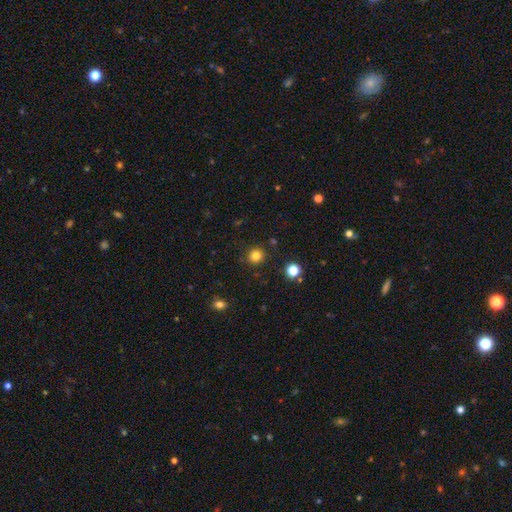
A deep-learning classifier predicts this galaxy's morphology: smooth-or-featured: smooth: 81% | star or artifact: 14% | featured or disk: 5%
  how-rounded: round: 91% | in between: 8% | cigar-shaped: 1%
  merging: none: 89% | minor disturbance: 7% | major disturbance: 2% | merger: 2%